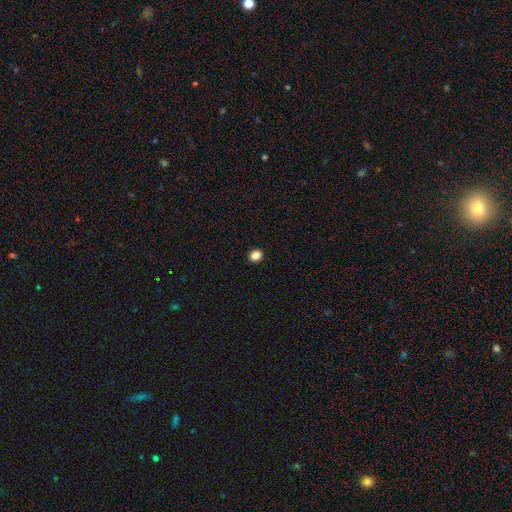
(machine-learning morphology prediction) smooth 85%, star or artifact 11%, featured or disk 4%. Down the decision tree: how rounded — round (66%); merging — none (92%).